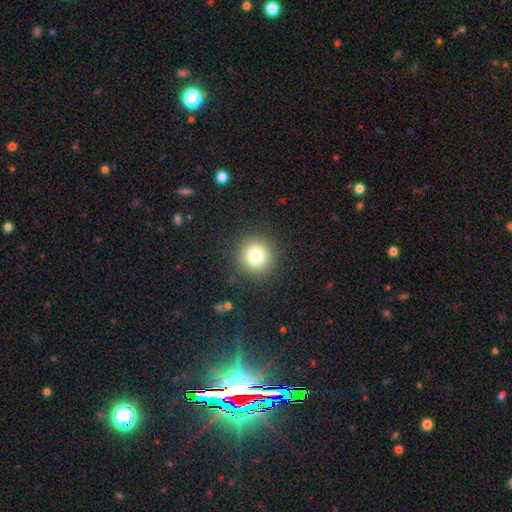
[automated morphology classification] Smooth or featured: smooth — 79% (star or artifact — 12%)
How rounded: round — 94% (in between — 5%)
Merging: none — 90% (minor disturbance — 6%)